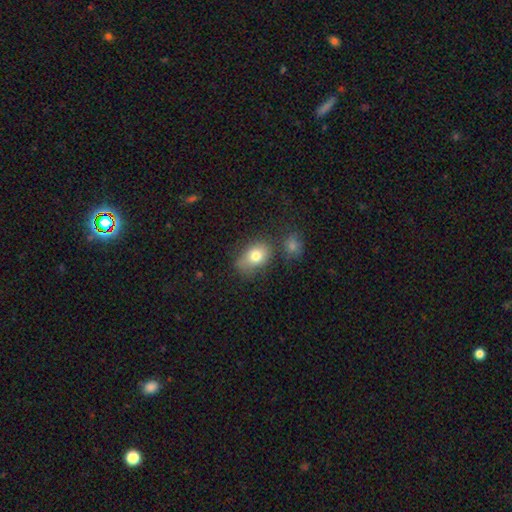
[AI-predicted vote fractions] The model was most divided on "merging": none: 56%, minor disturbance: 22%, merger: 13%, major disturbance: 8%. More confident: smooth or featured — smooth (77%); how rounded — in between (73%).